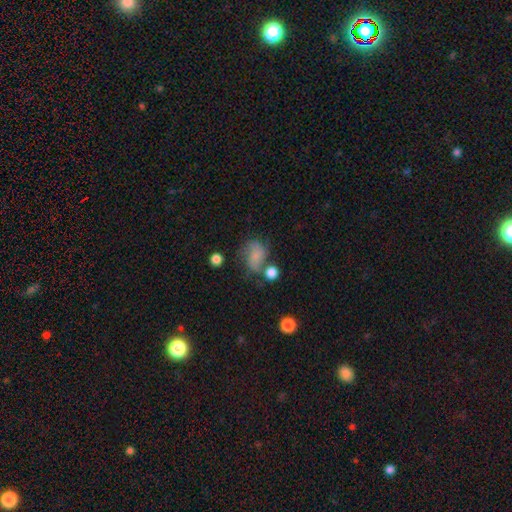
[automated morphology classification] Smooth or featured: smooth — 63% (featured or disk — 24%)
How rounded: in between — 61% (round — 37%)
Merging: none — 43% (minor disturbance — 24%)